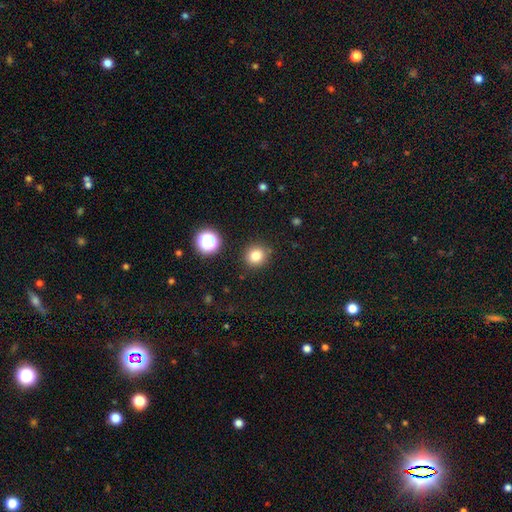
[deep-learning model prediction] Q: Smooth or featured?
A: smooth (82%); runner-up: star or artifact (13%)
Q: How rounded?
A: round (88%); runner-up: in between (11%)
Q: Merging?
A: none (87%); runner-up: minor disturbance (8%)